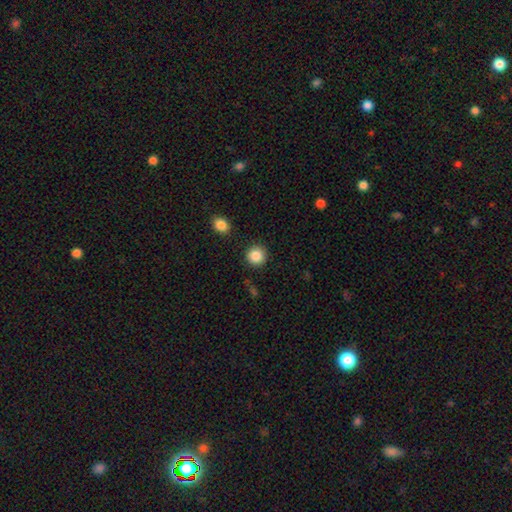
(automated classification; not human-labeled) Smooth or featured?
  - smooth: 87% *
  - star or artifact: 9%
  - featured or disk: 4%
How rounded?
  - round: 93% *
  - in between: 6%
  - cigar-shaped: 1%
Merging?
  - none: 89% *
  - minor disturbance: 7%
  - major disturbance: 2%
  - merger: 2%